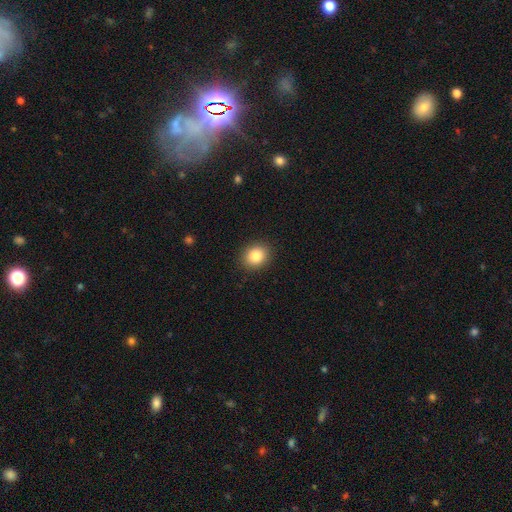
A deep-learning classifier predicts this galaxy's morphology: The model was most divided on "how rounded": round: 65%, in between: 35%, cigar-shaped: 1%. More confident: merging — none (90%); smooth or featured — smooth (84%).